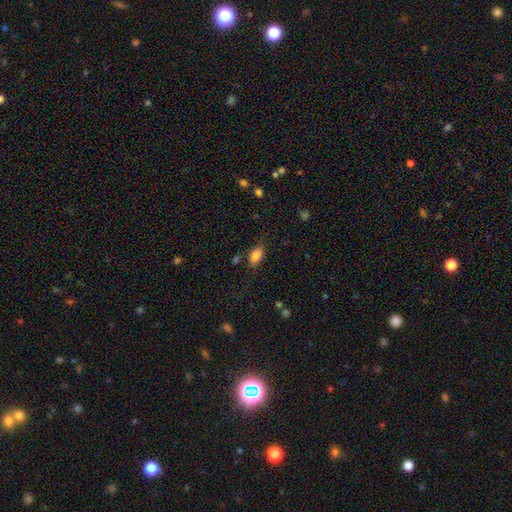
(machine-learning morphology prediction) A smooth galaxy with no disk features (82%) that is in between round and cigar-shaped (88%). Merging: none (72%).